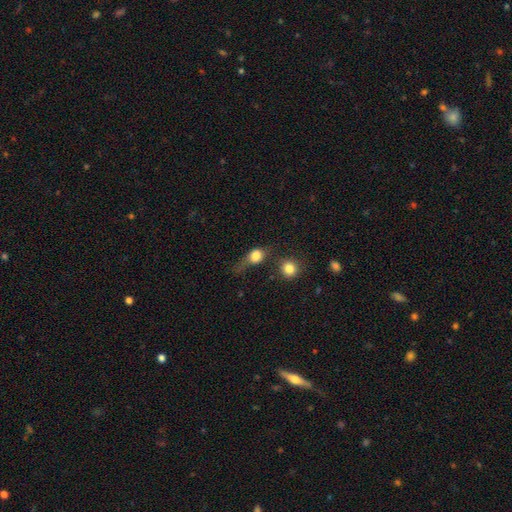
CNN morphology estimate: Smooth or featured? Predicted: smooth (p=0.77). How rounded? Predicted: round (p=0.57). Merging? Predicted: none (p=0.34).